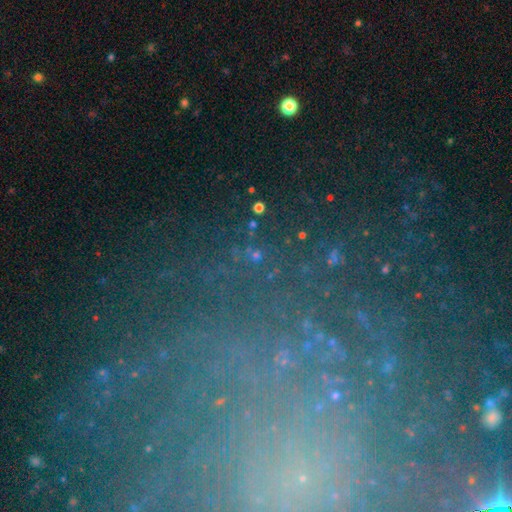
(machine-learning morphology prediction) This is likely a star or artifact rather than a galaxy (65%).